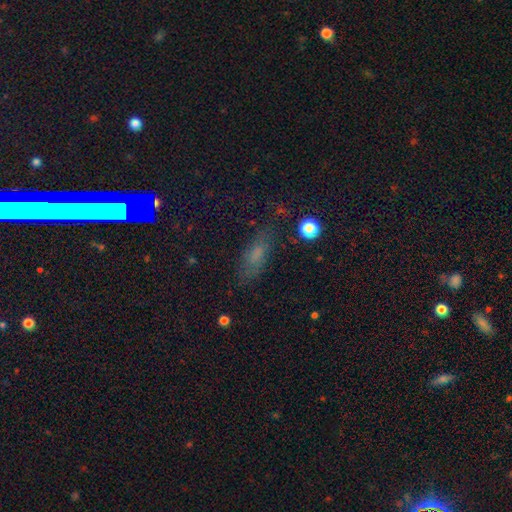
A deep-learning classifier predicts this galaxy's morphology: Overall: smooth (62%). How rounded: in between (59%; cigar-shaped 35%). Merging: none (69%).